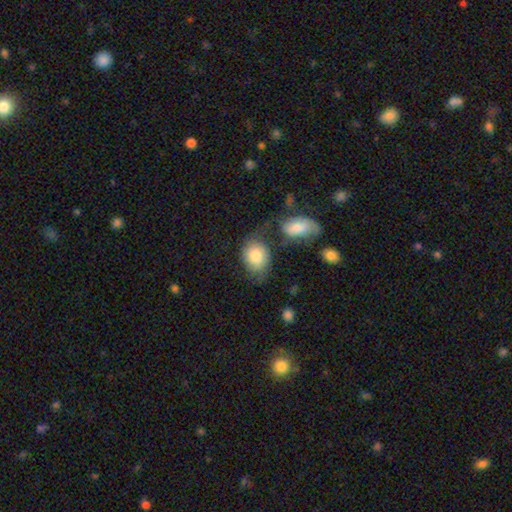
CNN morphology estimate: A smooth galaxy with no disk features (76%) that is in between round and cigar-shaped (61%).

Vote fractions:
- Smooth or featured? smooth: 76% / featured or disk: 18% / star or artifact: 7%
- How rounded? in between: 61% / round: 38% / cigar-shaped: 1%
- Merging? none: 48% / minor disturbance: 24% / merger: 17% / major disturbance: 12%